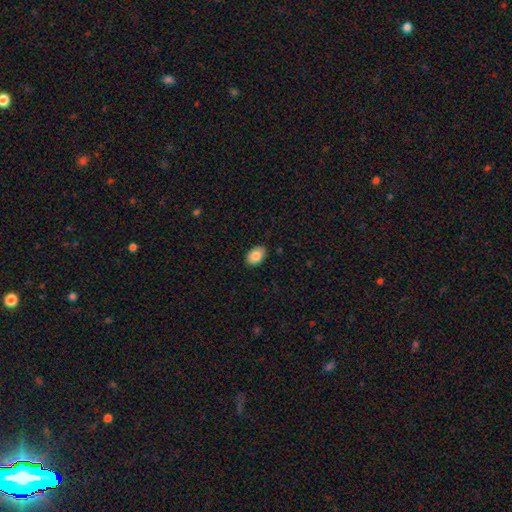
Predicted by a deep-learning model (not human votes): The model was most divided on "how rounded": in between: 86%, round: 13%, cigar-shaped: 1%. More confident: merging — none (88%); smooth or featured — smooth (86%).